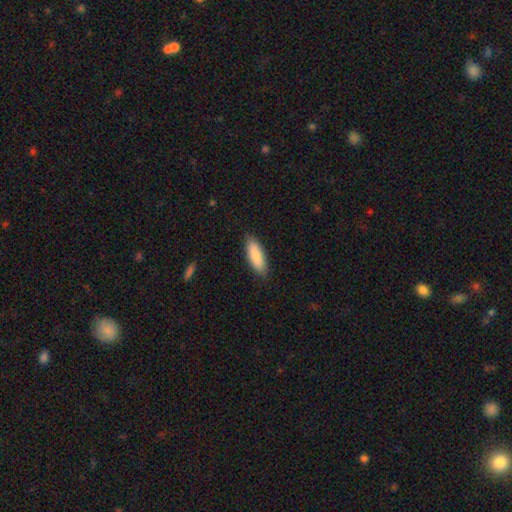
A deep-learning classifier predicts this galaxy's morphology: Smooth or featured?
  - smooth: 86% *
  - featured or disk: 9%
  - star or artifact: 6%
How rounded?
  - in between: 54% *
  - cigar-shaped: 45%
  - round: 2%
Merging?
  - none: 87% *
  - minor disturbance: 10%
  - major disturbance: 2%
  - merger: 1%